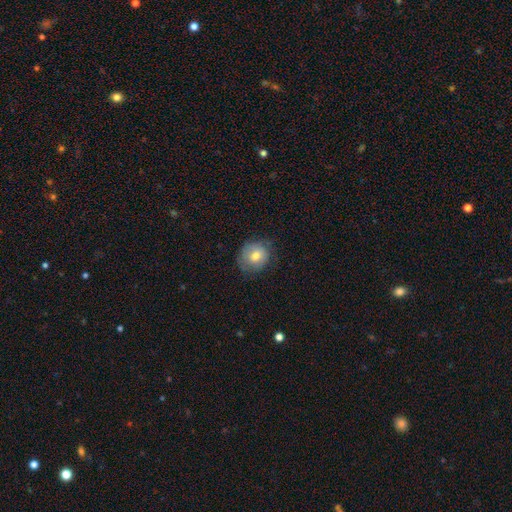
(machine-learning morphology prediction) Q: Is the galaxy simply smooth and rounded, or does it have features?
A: smooth — 72%.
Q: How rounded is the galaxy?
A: round — 81%.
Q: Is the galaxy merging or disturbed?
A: none — 70%.